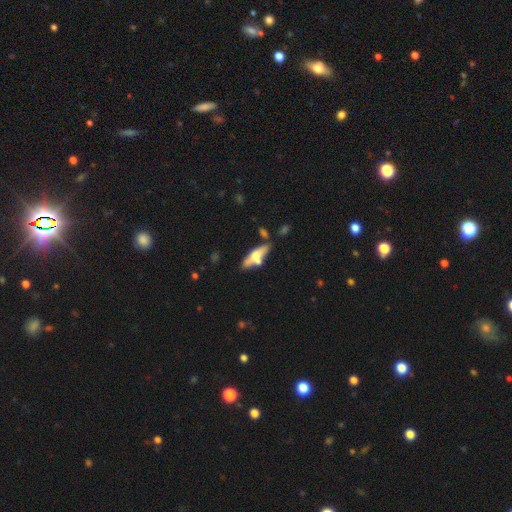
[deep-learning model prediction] smooth_or_featured: smooth (p=0.49) [alt: featured or disk p=0.45]
merging: none (p=0.56) [alt: merger p=0.21]